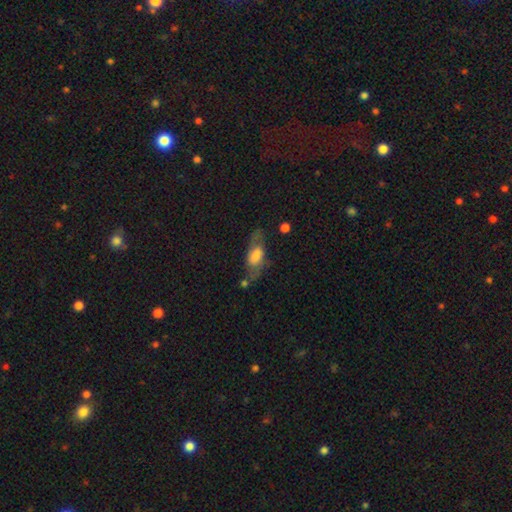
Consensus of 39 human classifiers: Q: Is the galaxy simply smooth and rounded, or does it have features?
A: smooth — 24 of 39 (62%).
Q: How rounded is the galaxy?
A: in between — 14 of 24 (58%).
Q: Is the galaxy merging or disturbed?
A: none — 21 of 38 (55%).